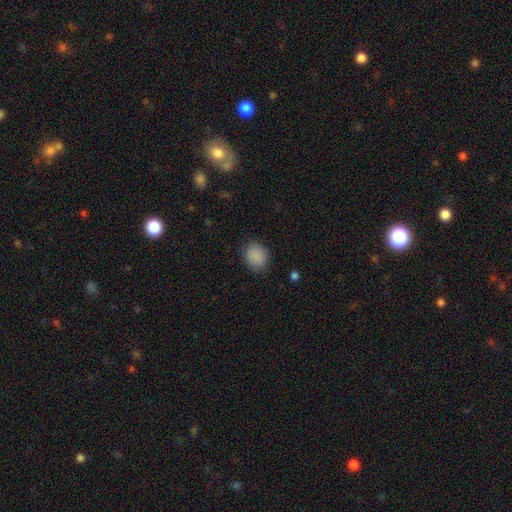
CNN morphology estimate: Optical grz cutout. It shows a smooth galaxy with no disk features (87%) that is round (62%). Merging: none (83%).